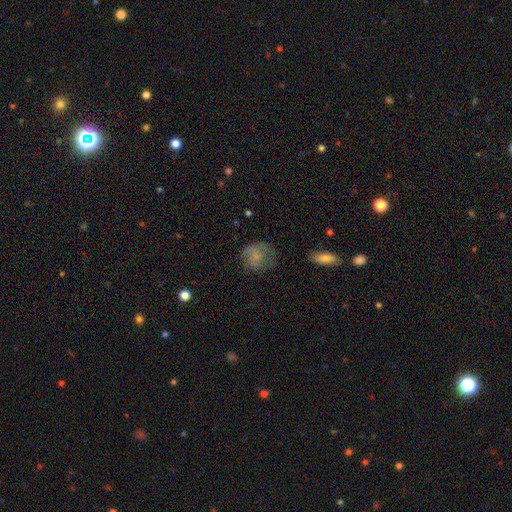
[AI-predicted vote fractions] Smooth or featured? Predicted: smooth (p=0.68). How rounded? Predicted: round (p=0.69). Merging? Predicted: none (p=0.52).